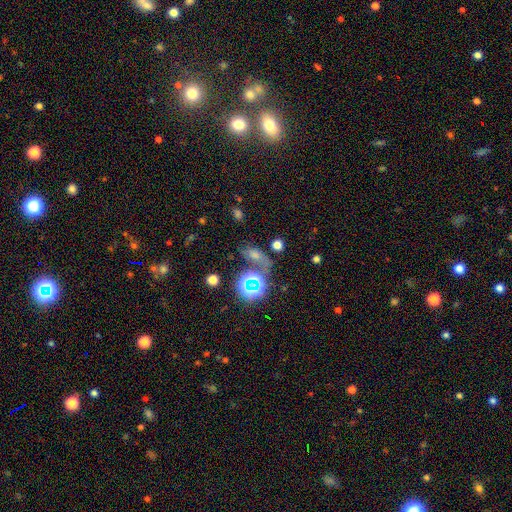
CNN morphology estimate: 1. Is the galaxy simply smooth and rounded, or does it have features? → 48% smooth, 34% star or artifact, 18% featured or disk.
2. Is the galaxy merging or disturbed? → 43% none, 20% major disturbance, 19% minor disturbance, 17% merger.